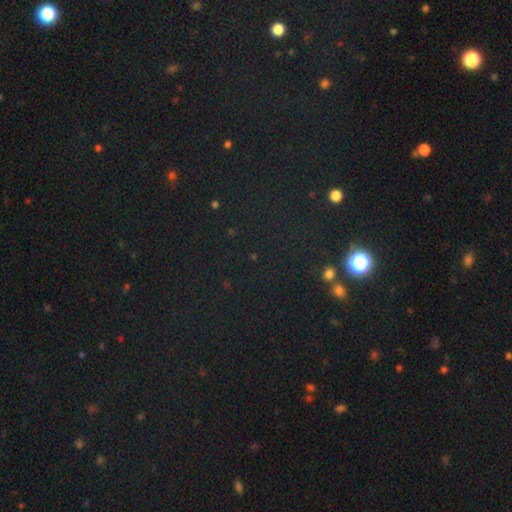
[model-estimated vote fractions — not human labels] Smooth or featured: star or artifact — 74% (smooth — 18%)